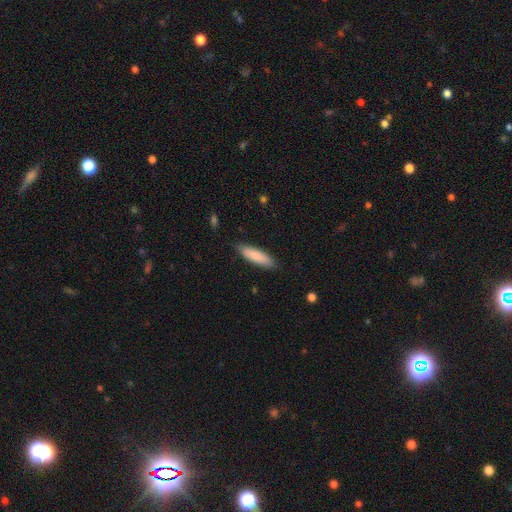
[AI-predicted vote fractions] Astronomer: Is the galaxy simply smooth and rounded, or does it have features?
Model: smooth — 81%.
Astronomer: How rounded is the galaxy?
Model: cigar-shaped — 61% (runner-up: in between, 37%).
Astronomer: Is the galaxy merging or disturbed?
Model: none — 85%.